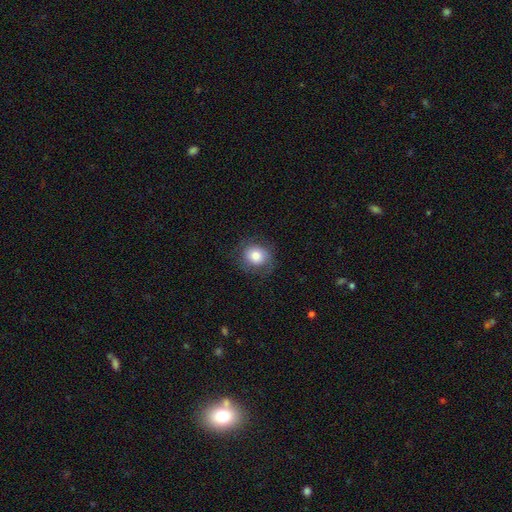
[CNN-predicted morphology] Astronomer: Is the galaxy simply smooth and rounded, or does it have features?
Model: smooth — 76%.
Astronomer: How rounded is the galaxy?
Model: round — 76%.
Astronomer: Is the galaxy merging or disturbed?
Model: none — 73%.